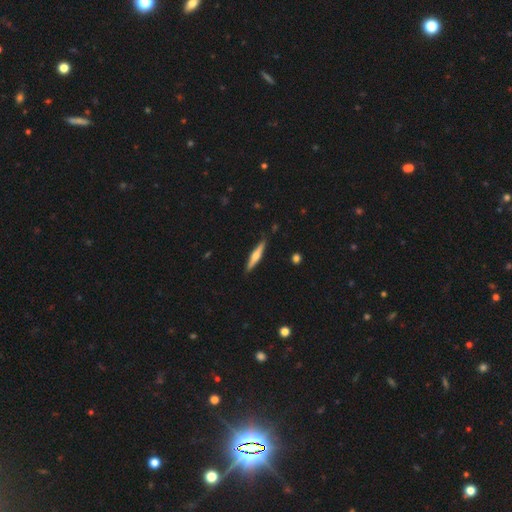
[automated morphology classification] type=featured or disk (51%); edge-on=yes (96%); merging=none (88%).